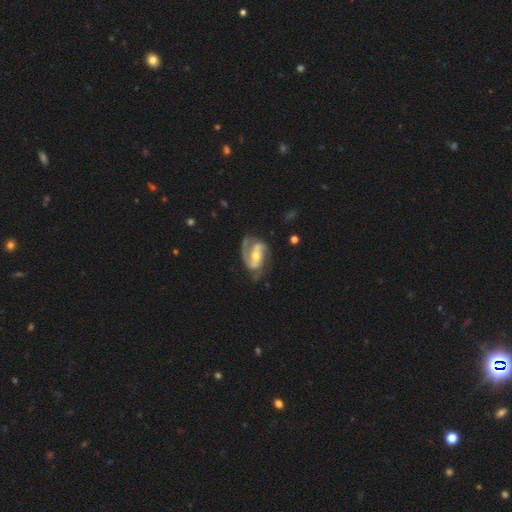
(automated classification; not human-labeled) This is clearly a featured or disk galaxy (87%). It is clearly not viewed edge-on (97%). Bar: marginally strong (42%). Spiral arm pattern: clearly yes (95%). Spiral arm count: likely 2 (76%). Spiral winding: possibly medium (48%). Central bulge: likely moderate (60%). Merging: possibly none (59%).